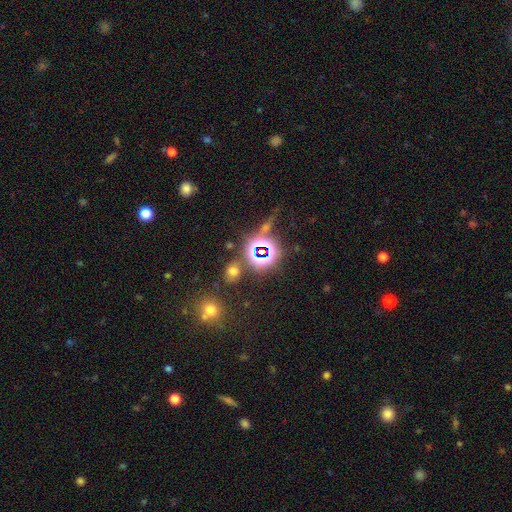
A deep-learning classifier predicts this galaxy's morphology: This is likely a star or artifact rather than a galaxy (78%).